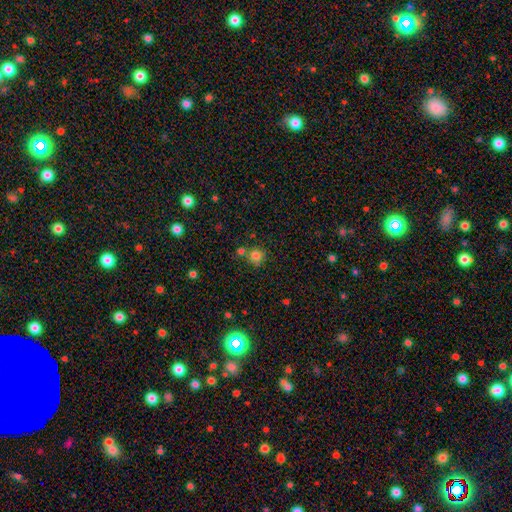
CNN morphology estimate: type=smooth (80%); roundness=round (90%); merging=none (66%).